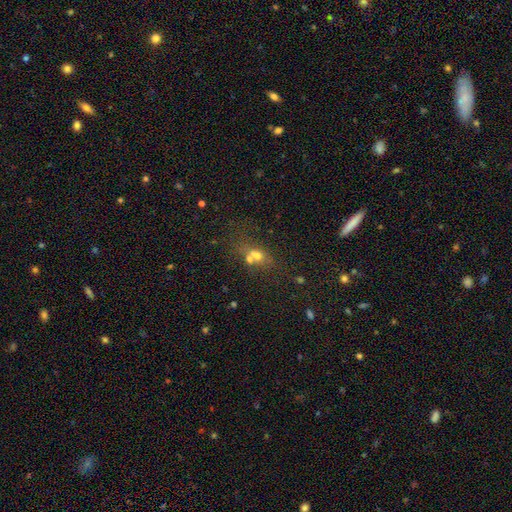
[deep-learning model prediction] A smooth galaxy with no disk features (56%) that is round (51%).

Vote fractions:
- Smooth or featured? smooth: 56% / featured or disk: 23% / star or artifact: 21%
- How rounded? round: 51% / in between: 45% / cigar-shaped: 4%
- Merging? merger: 46% / none: 36% / minor disturbance: 10% / major disturbance: 7%